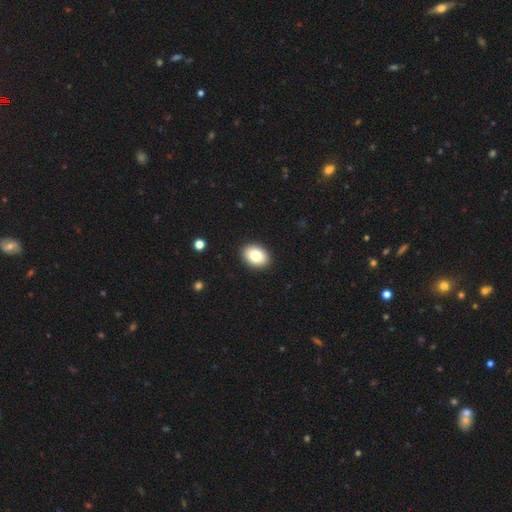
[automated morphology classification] type=smooth (81%); roundness=in between (76%); merging=none (91%).